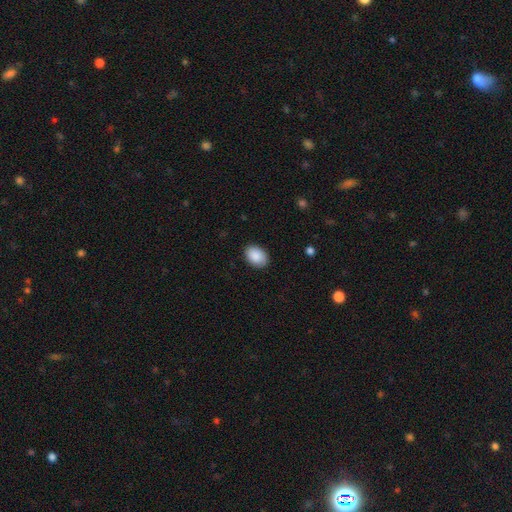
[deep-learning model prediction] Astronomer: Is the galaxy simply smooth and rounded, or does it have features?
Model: smooth — 89%.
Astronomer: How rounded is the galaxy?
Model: in between — 80%.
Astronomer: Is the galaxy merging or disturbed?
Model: none — 88%.